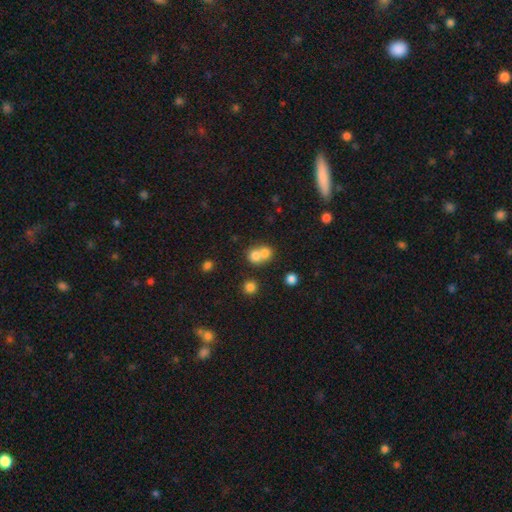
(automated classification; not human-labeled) Smooth or featured? smooth (75%)
How rounded? round (79%)
Merging? merger (62%)